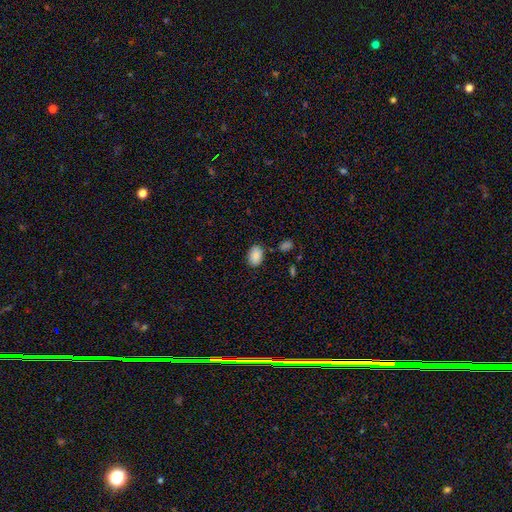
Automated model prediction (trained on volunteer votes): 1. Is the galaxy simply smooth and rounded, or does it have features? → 88% smooth, 7% star or artifact, 4% featured or disk.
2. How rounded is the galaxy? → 85% in between, 14% round, 1% cigar-shaped.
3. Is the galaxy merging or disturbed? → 82% none, 12% minor disturbance, 3% merger, 3% major disturbance.